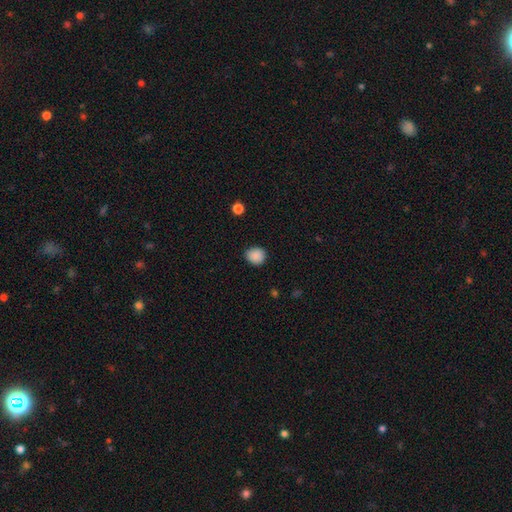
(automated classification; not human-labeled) Smooth or featured?
  - smooth: 88% *
  - star or artifact: 9%
  - featured or disk: 3%
How rounded?
  - round: 75% *
  - in between: 24%
  - cigar-shaped: 1%
Merging?
  - none: 84% *
  - minor disturbance: 12%
  - major disturbance: 2%
  - merger: 1%